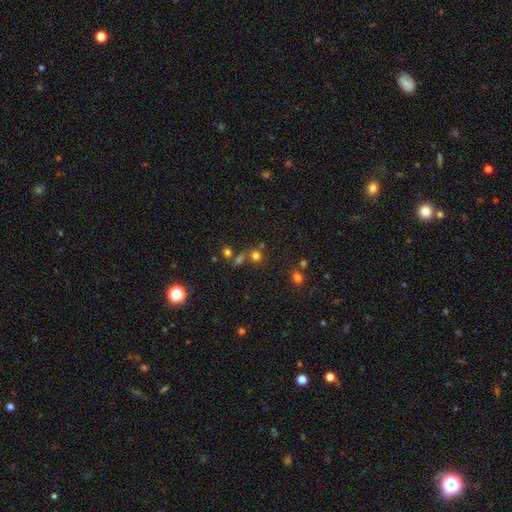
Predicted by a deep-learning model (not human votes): smooth-or-featured: smooth: 69% | star or artifact: 23% | featured or disk: 8%
  how-rounded: round: 87% | in between: 12% | cigar-shaped: 1%
  merging: none: 63% | merger: 22% | minor disturbance: 9% | major disturbance: 5%